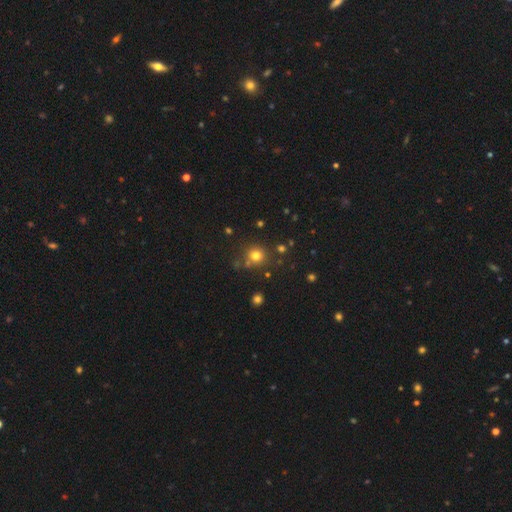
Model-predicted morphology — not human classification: smooth-or-featured: smooth: 75% | star or artifact: 18% | featured or disk: 7%
  how-rounded: round: 91% | in between: 8% | cigar-shaped: 1%
  merging: none: 78% | minor disturbance: 10% | merger: 8% | major disturbance: 4%